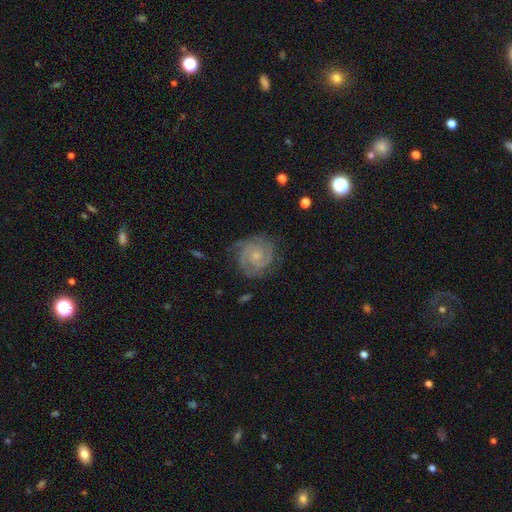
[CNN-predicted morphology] Smooth or featured? featured or disk (89%)
Edge-on disk? no (98%)
Bar? no (72%)
Spiral arms? yes (98%)
Spiral winding? tight (73%)
Spiral arm count? 2 (48%)
Bulge size? small (74%)
Merging? none (79%)